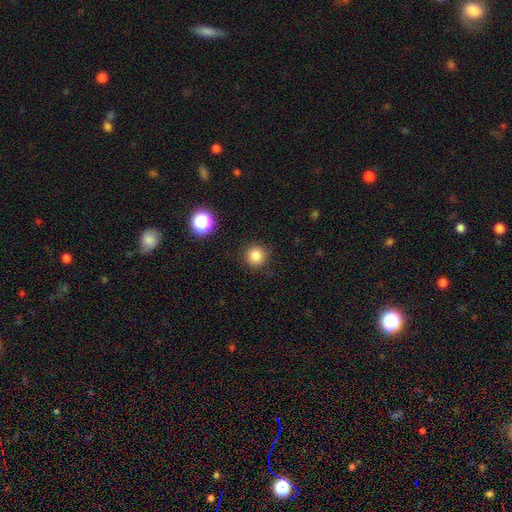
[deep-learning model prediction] A smooth galaxy with no disk features (81%) that is round (95%). Merging: none (90%).